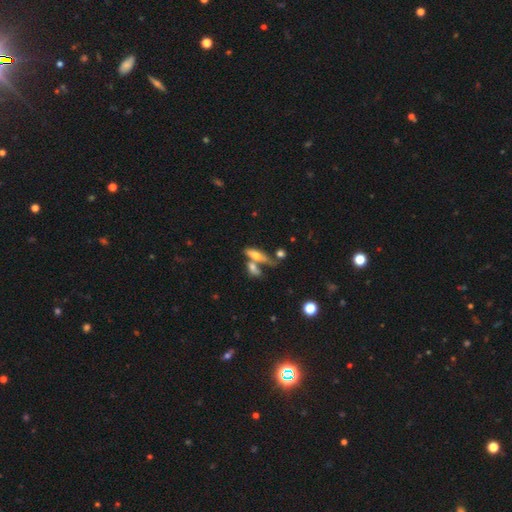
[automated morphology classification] type=smooth (56%); roundness=in between (54%); merging=merger (43%).